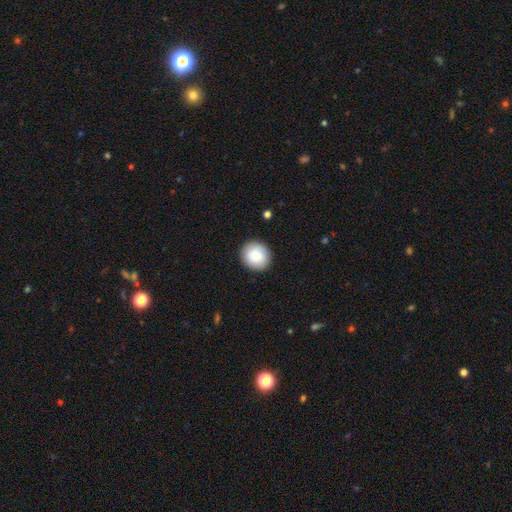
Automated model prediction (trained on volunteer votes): Smooth or featured? smooth (85%)
How rounded? round (87%)
Merging? none (91%)